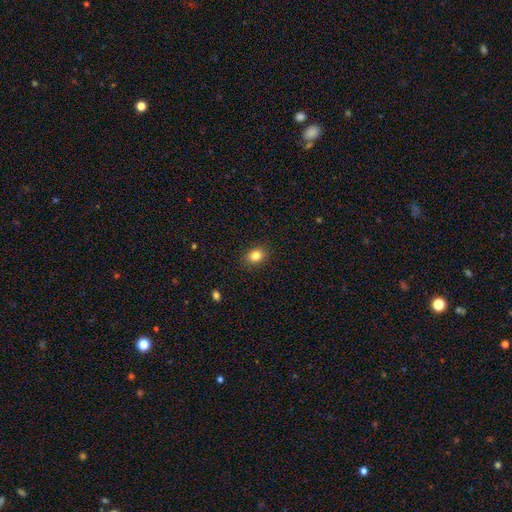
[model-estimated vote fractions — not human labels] The model was most divided on "how rounded": in between: 57%, round: 42%, cigar-shaped: 1%. More confident: merging — none (89%); smooth or featured — smooth (84%).